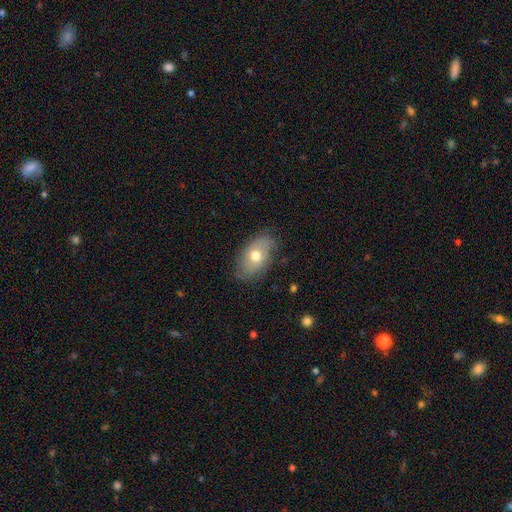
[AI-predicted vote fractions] Smooth or featured?
  - smooth: 59% *
  - featured or disk: 33%
  - star or artifact: 8%
How rounded?
  - in between: 89% *
  - round: 10%
  - cigar-shaped: 2%
Merging?
  - none: 72% *
  - minor disturbance: 21%
  - major disturbance: 6%
  - merger: 1%